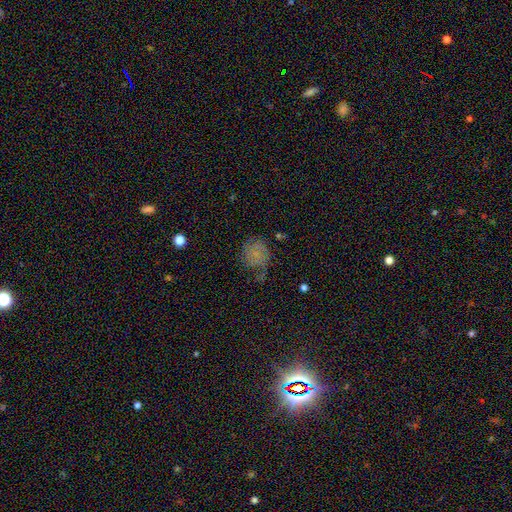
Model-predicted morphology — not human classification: A smooth galaxy with no disk features (46%). Merging: none (50%).